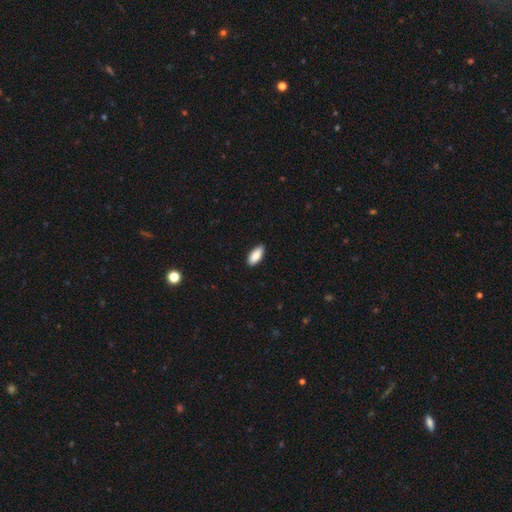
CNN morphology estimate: Overall: smooth (88%). How rounded: in between (86%). Merging: none (88%).